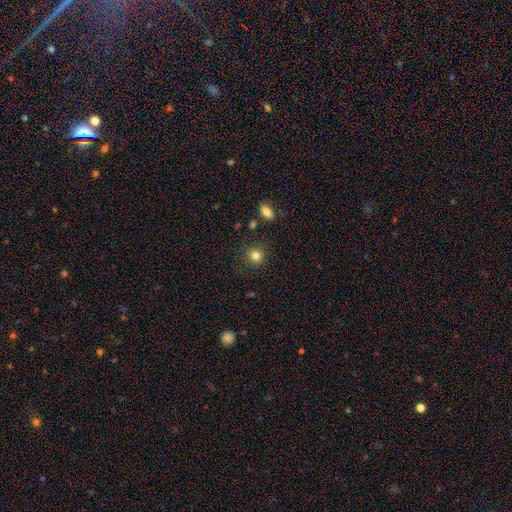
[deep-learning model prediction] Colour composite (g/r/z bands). It shows a smooth galaxy with no disk features (83%) that is round (91%). Merging: none (87%).